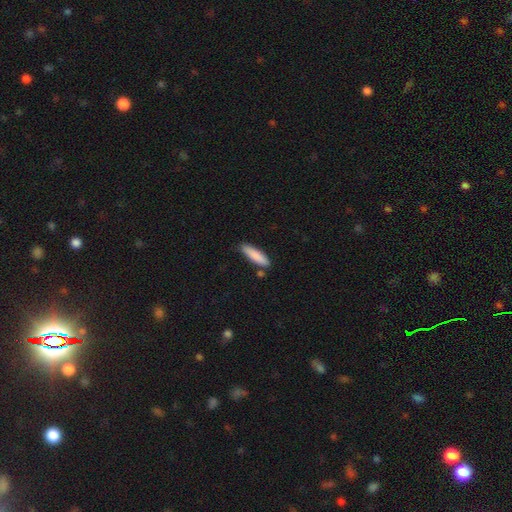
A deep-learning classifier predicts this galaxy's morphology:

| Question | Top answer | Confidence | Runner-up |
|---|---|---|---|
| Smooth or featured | smooth | 86% | featured or disk (9%) |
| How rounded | cigar-shaped | 71% | in between (28%) |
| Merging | none | 79% | minor disturbance (14%) |